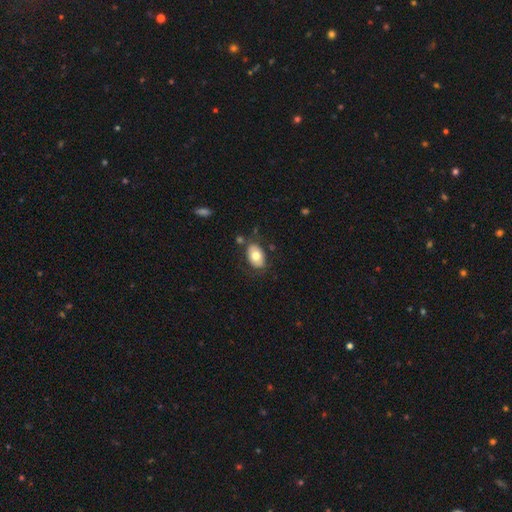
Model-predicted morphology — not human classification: Q: Smooth or featured?
A: smooth (72%); runner-up: featured or disk (22%)
Q: How rounded?
A: in between (87%); runner-up: round (12%)
Q: Merging?
A: none (76%); runner-up: minor disturbance (15%)